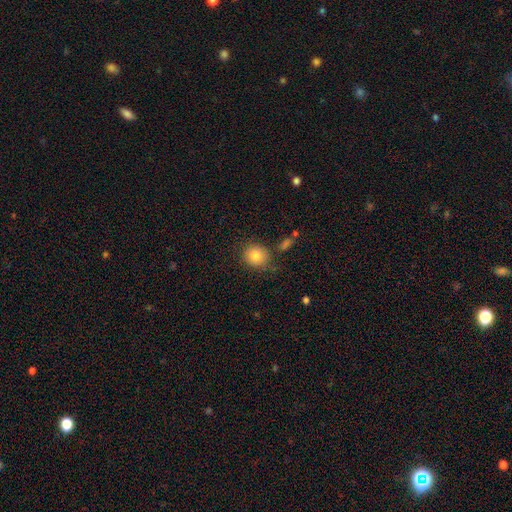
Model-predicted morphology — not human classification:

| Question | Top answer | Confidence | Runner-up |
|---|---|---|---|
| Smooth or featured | smooth | 82% | star or artifact (10%) |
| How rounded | round | 82% | in between (17%) |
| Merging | none | 80% | minor disturbance (12%) |